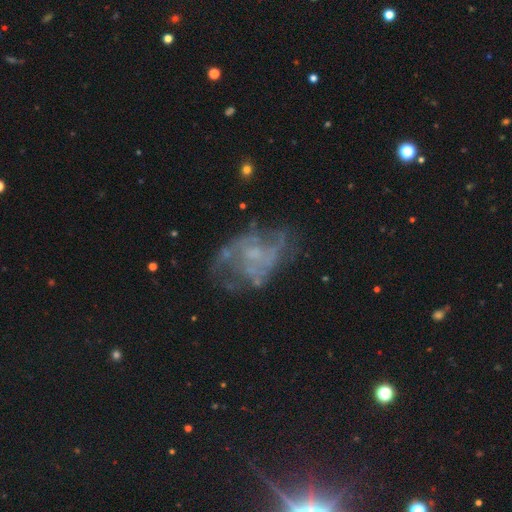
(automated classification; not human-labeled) Smooth or featured: featured or disk — 72% (smooth — 16%)
Edge-on disk: no — 97% (yes — 3%)
Bar: no — 76% (weak — 20%)
Spiral arms: no — 51% (yes — 49%)
Bulge size: none — 46% (small — 32%)
Merging: none — 49% (major disturbance — 26%)